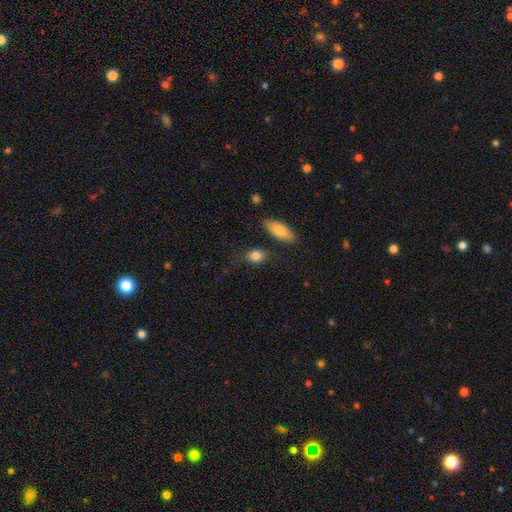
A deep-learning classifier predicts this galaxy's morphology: The model was most divided on "how rounded": in between: 71%, round: 25%, cigar-shaped: 4%. More confident: smooth or featured — smooth (86%); merging — none (73%).